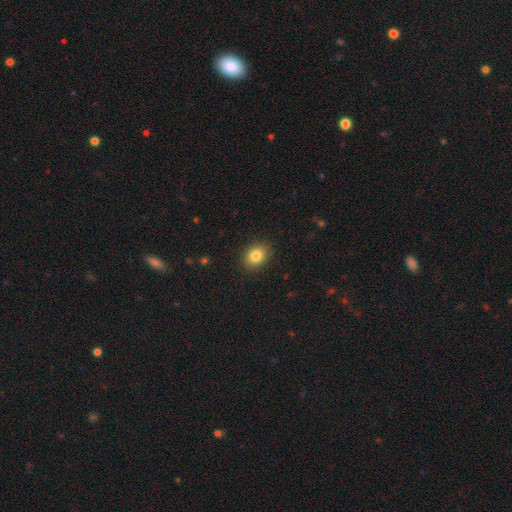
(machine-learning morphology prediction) Smooth or featured? Predicted: smooth (p=0.84). How rounded? Predicted: in between (p=0.54). Merging? Predicted: none (p=0.89).